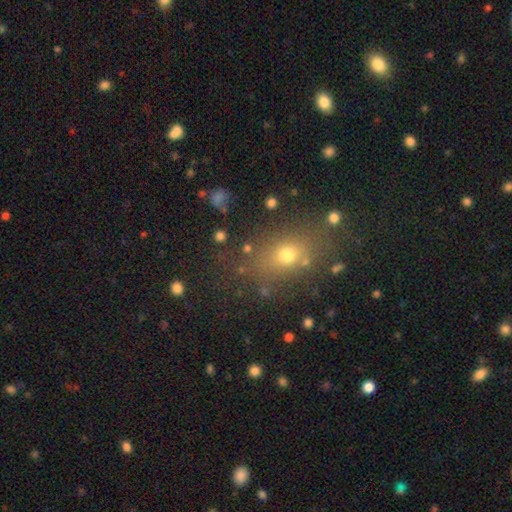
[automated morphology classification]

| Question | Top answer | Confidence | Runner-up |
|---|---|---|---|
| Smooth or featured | smooth | 57% | star or artifact (30%) |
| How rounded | in between | 56% | round (40%) |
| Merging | none | 81% | minor disturbance (11%) |